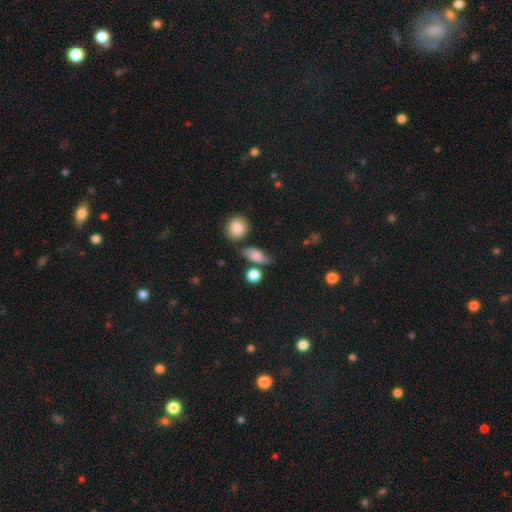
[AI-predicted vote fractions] smooth_or_featured: smooth (p=0.71) [alt: featured or disk p=0.18]
how_rounded: in between (p=0.62) [alt: round p=0.28]
merging: none (p=0.56) [alt: minor disturbance p=0.24]